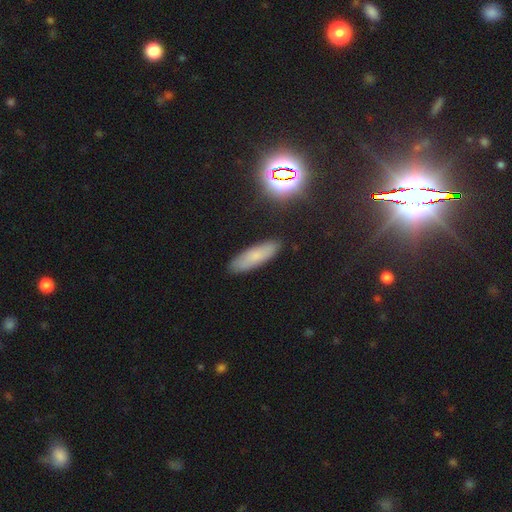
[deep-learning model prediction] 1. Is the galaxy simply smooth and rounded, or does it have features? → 70% smooth, 16% featured or disk, 14% star or artifact.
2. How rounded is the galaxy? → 53% cigar-shaped, 44% in between, 3% round.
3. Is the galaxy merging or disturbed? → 87% none, 9% minor disturbance, 2% major disturbance, 1% merger.